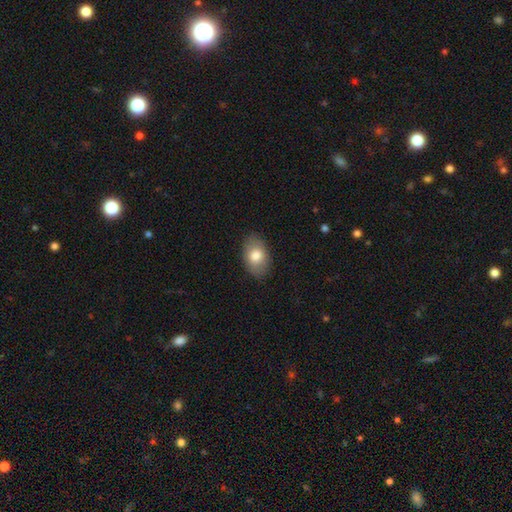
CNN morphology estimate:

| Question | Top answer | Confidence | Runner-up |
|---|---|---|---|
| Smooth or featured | smooth | 79% | featured or disk (14%) |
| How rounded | in between | 89% | round (10%) |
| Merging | none | 86% | minor disturbance (10%) |